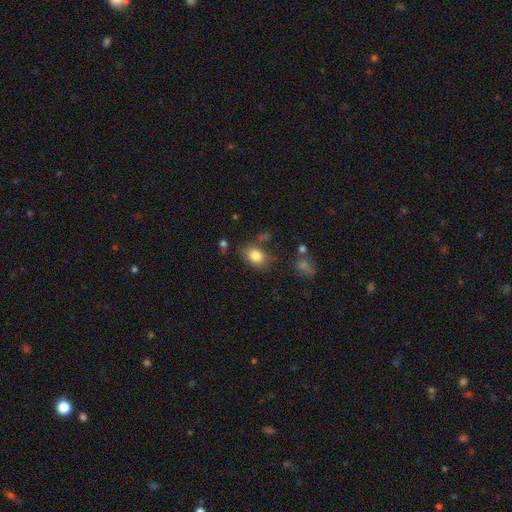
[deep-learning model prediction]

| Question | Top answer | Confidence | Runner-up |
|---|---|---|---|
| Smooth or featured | smooth | 82% | star or artifact (9%) |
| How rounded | in between | 74% | round (25%) |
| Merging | none | 73% | minor disturbance (17%) |